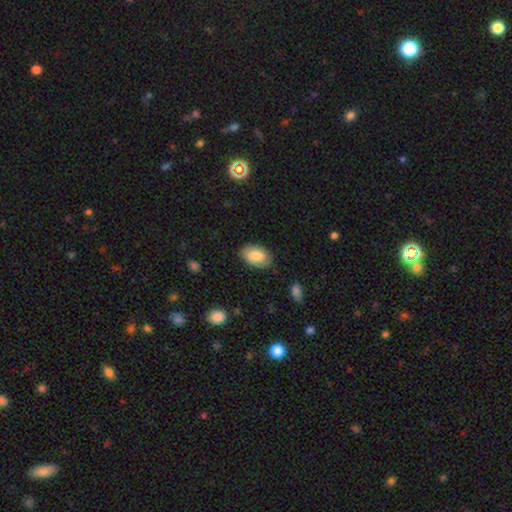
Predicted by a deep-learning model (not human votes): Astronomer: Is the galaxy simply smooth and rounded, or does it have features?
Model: smooth — 81%.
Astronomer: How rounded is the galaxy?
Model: in between — 93%.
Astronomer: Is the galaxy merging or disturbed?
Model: none — 83%.